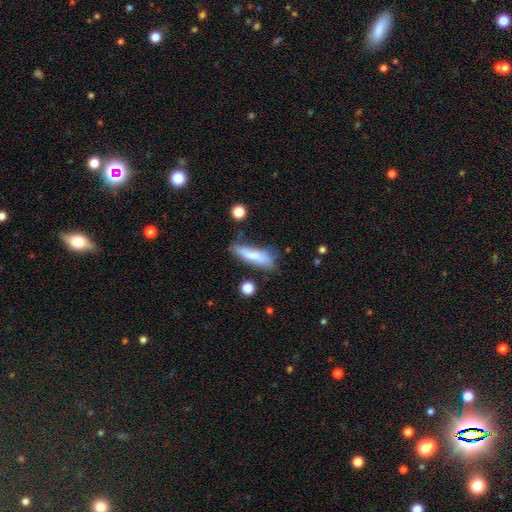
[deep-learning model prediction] smooth-or-featured: smooth: 71% | featured or disk: 21% | star or artifact: 8%
  how-rounded: cigar-shaped: 63% | in between: 35% | round: 2%
  merging: none: 53% | minor disturbance: 29% | major disturbance: 12% | merger: 7%